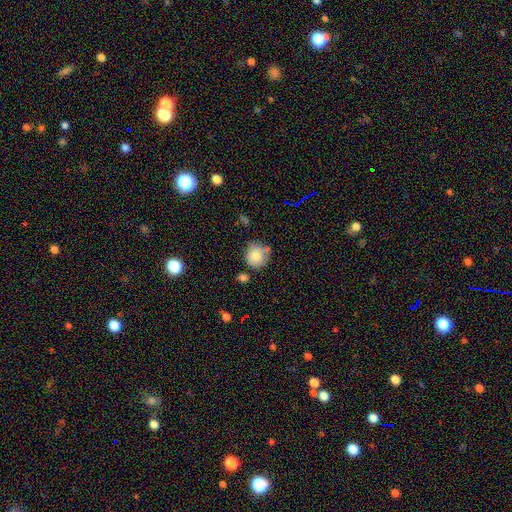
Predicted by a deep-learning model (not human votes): A smooth galaxy with no disk features (82%) that is round (88%).

Vote fractions:
- Smooth or featured? smooth: 82% / star or artifact: 9% / featured or disk: 9%
- How rounded? round: 88% / in between: 11% / cigar-shaped: 1%
- Merging? none: 67% / minor disturbance: 19% / merger: 9% / major disturbance: 4%